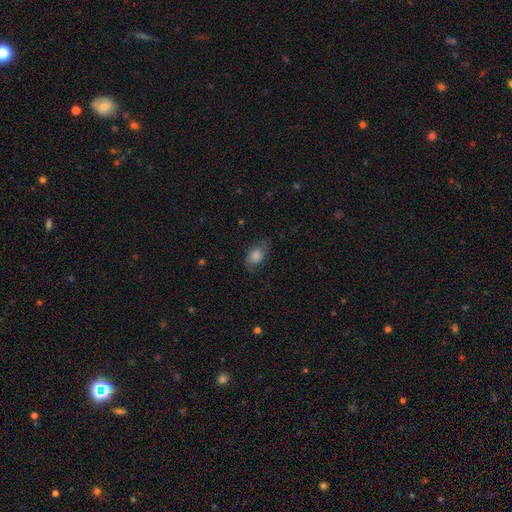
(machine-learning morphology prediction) smooth_or_featured: smooth (p=0.66) [alt: featured or disk p=0.25]
how_rounded: in between (p=0.84) [alt: round p=0.14]
merging: none (p=0.69) [alt: minor disturbance p=0.21]